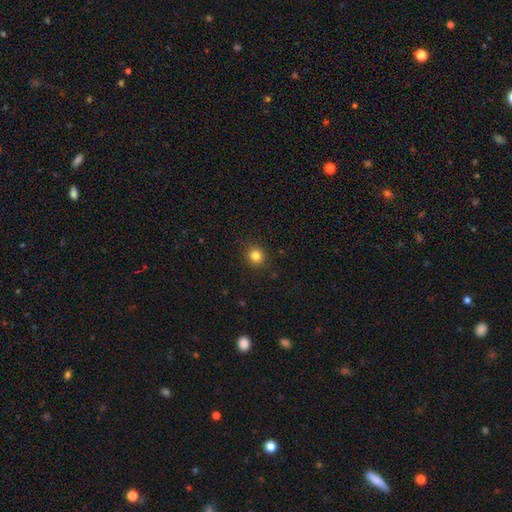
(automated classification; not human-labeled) Smooth or featured? Predicted: smooth (p=0.83). How rounded? Predicted: round (p=0.90). Merging? Predicted: none (p=0.91).